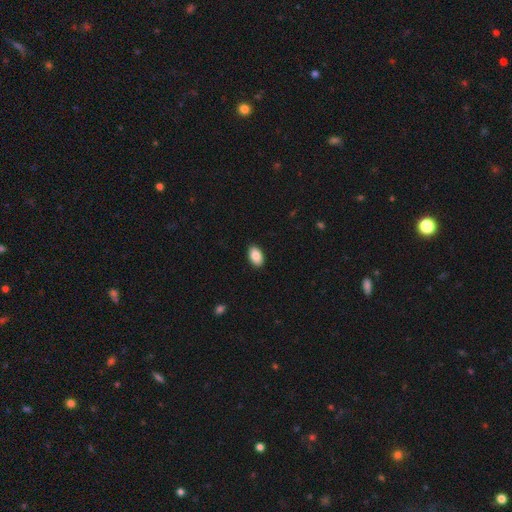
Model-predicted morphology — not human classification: The model was most divided on "smooth or featured": smooth: 87%, star or artifact: 7%, featured or disk: 6%. More confident: how rounded — in between (93%); merging — none (90%).